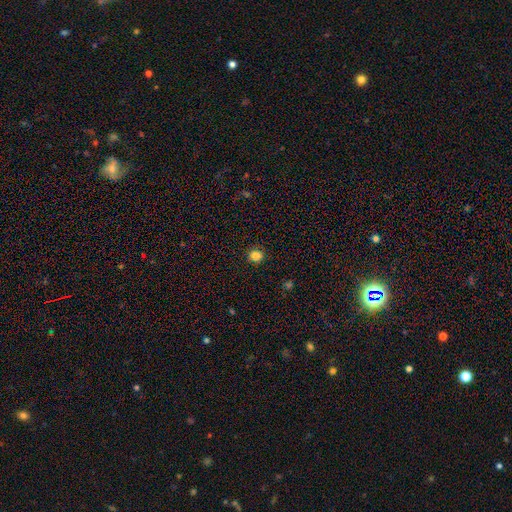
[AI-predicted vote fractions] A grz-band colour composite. It shows a smooth galaxy with no disk features (84%) that is round (87%). Merging: none (91%).